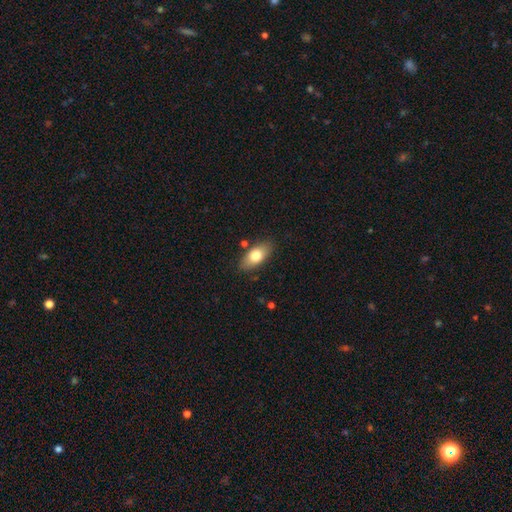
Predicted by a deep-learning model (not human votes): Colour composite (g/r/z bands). It shows a smooth galaxy with no disk features (75%) that is in between round and cigar-shaped (88%). Merging: none (83%).